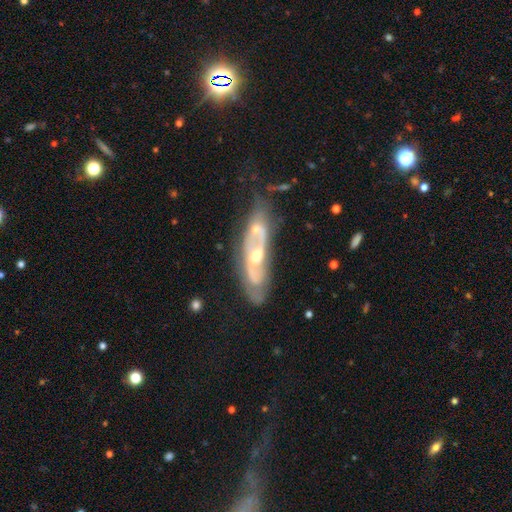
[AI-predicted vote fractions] Smooth or featured?
  - featured or disk: 81% *
  - smooth: 12%
  - star or artifact: 7%
Edge-on disk?
  - no: 81% *
  - yes: 19%
Bar?
  - no: 56% *
  - weak: 33%
  - strong: 11%
Spiral arms?
  - yes: 80% *
  - no: 20%
Spiral winding?
  - medium: 44% *
  - tight: 38%
  - loose: 18%
Spiral arm count?
  - 2: 59% *
  - can't tell: 29%
  - 1: 4%
  - 3: 4%
  - 4: 2%
  - more than 4: 2%
Bulge size?
  - moderate: 60% *
  - small: 30%
  - large: 6%
  - none: 3%
  - dominant: 1%
Merging?
  - none: 55% *
  - minor disturbance: 21%
  - merger: 13%
  - major disturbance: 12%